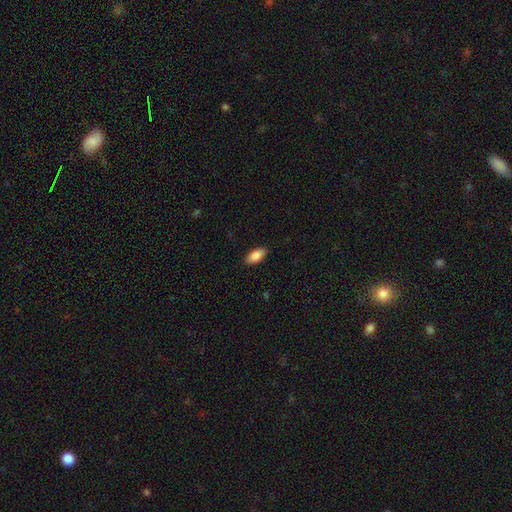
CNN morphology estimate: The model was most divided on "merging": none: 88%, minor disturbance: 9%, major disturbance: 2%, merger: 1%. More confident: how rounded — in between (90%); smooth or featured — smooth (88%).